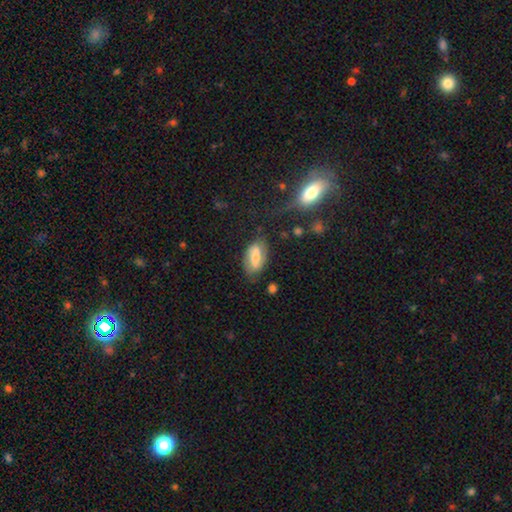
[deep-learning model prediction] Smooth or featured?
  - featured or disk: 52% *
  - smooth: 40%
  - star or artifact: 8%
Edge-on disk?
  - no: 92% *
  - yes: 8%
Merging?
  - none: 72% *
  - minor disturbance: 19%
  - major disturbance: 6%
  - merger: 3%